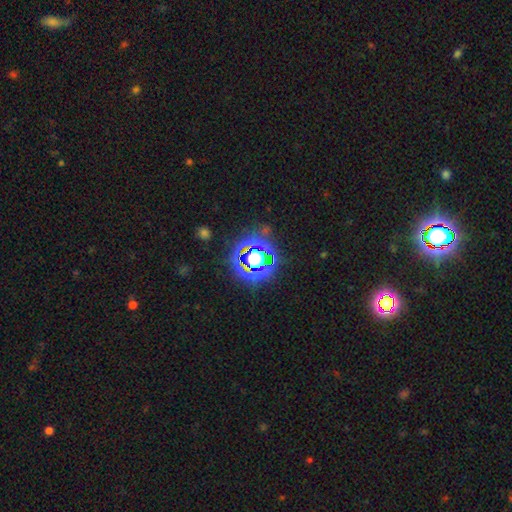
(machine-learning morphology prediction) star or artifact 65%, smooth 22%, featured or disk 13%.